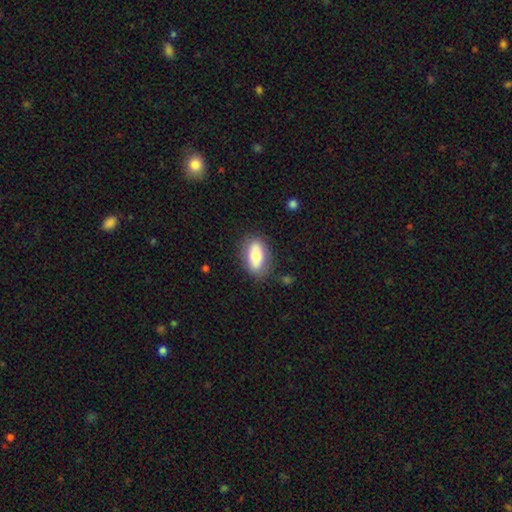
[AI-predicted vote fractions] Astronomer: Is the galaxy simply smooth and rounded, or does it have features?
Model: smooth — 71%.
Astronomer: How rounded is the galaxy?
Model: in between — 87%.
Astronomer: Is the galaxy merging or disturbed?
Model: none — 81%.